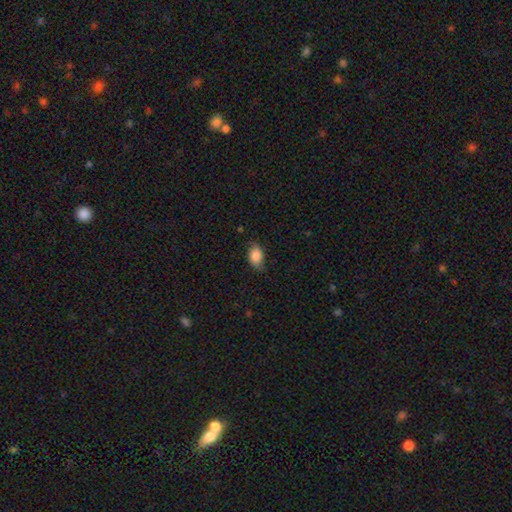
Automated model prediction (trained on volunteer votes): Smooth or featured?
  - smooth: 84% *
  - featured or disk: 9%
  - star or artifact: 7%
How rounded?
  - in between: 88% *
  - round: 11%
  - cigar-shaped: 2%
Merging?
  - none: 73% *
  - minor disturbance: 21%
  - major disturbance: 5%
  - merger: 1%